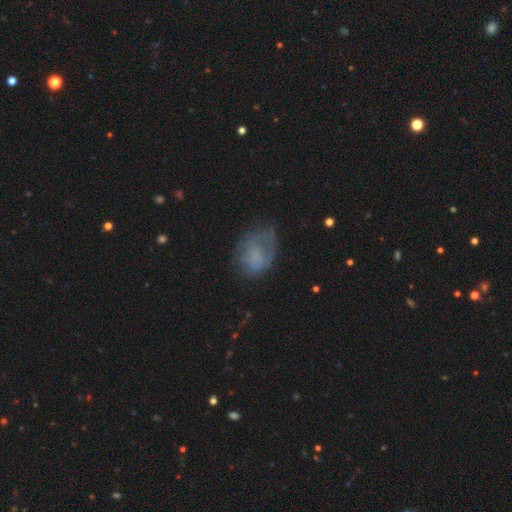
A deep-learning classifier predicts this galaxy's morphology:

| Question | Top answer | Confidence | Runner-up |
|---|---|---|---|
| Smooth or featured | smooth | 54% | featured or disk (33%) |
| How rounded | in between | 69% | round (30%) |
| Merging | none | 43% | minor disturbance (29%) |